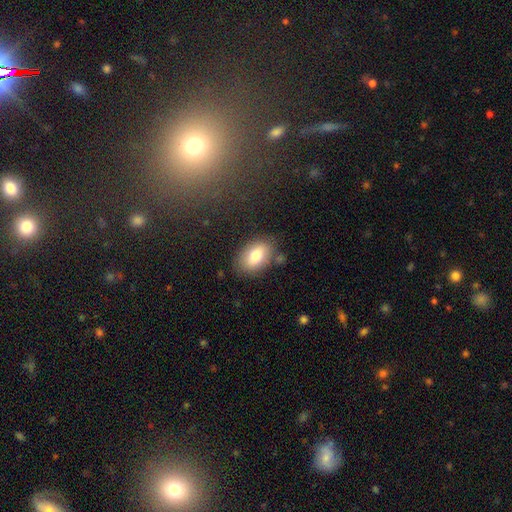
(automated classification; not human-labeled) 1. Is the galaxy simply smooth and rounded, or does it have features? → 76% smooth, 16% featured or disk, 8% star or artifact.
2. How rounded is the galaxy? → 88% in between, 11% round, 2% cigar-shaped.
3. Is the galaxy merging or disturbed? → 79% none, 13% minor disturbance, 4% merger, 4% major disturbance.